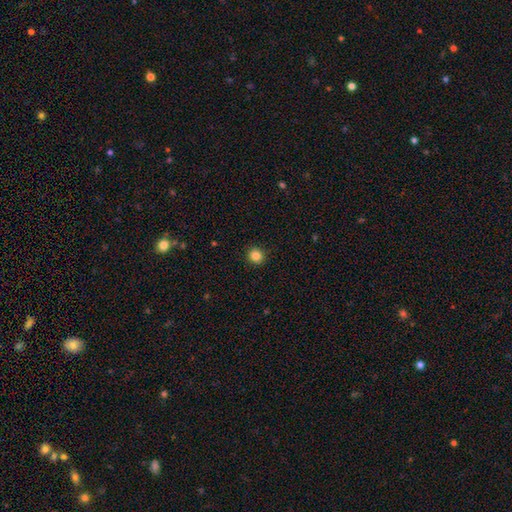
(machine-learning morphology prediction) type=smooth (85%); roundness=round (90%); merging=none (92%).